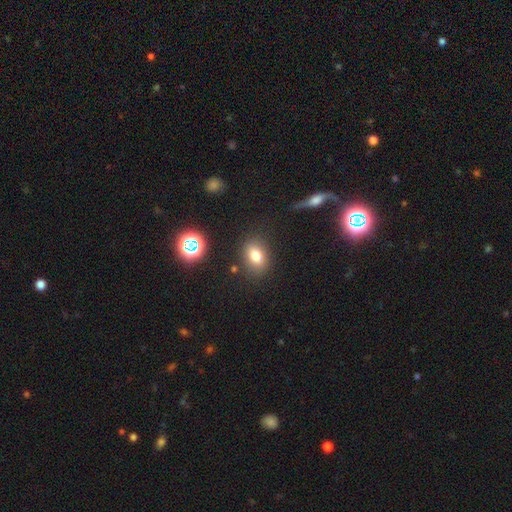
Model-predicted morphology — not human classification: This is likely a smooth galaxy (76%). How rounded: likely in between (73%). Merging: clearly none (81%).